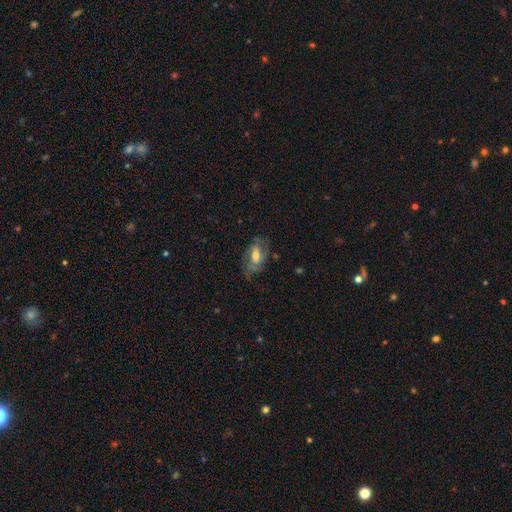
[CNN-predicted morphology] A featured or disk galaxy (66%) with a weak bar (43%), spiral arms (81%) and a moderate central bulge (61%). Merging: none (58%).